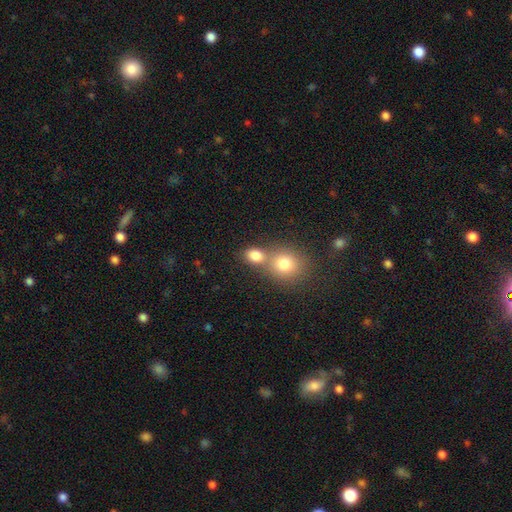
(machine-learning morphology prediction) smooth 81%, star or artifact 11%, featured or disk 8%. Down the decision tree: how rounded — round (51%); merging — none (47%).